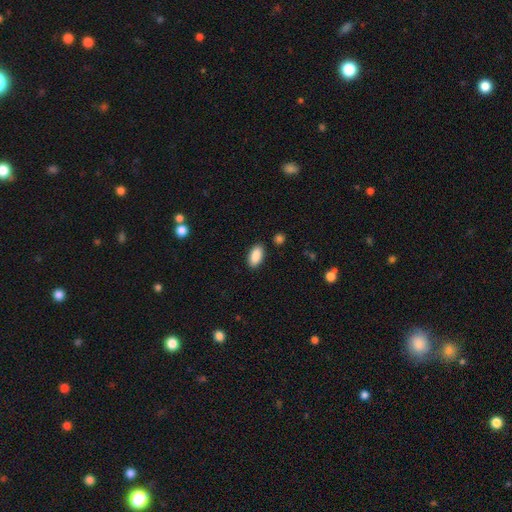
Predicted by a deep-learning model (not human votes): This appears to be a smooth galaxy with no disk features (90%) that is in between round and cigar-shaped (92%). Merging: none (88%).